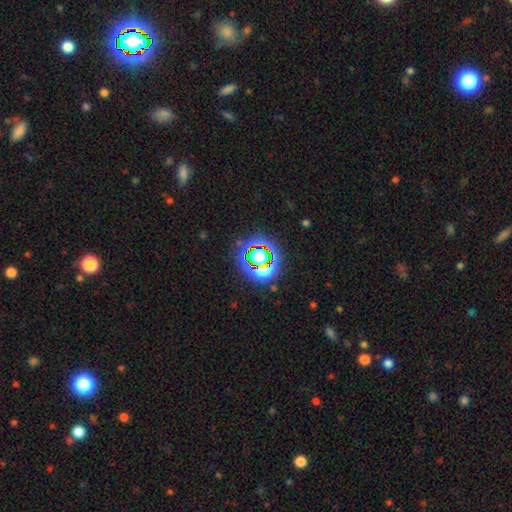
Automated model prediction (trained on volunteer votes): Overall: star or artifact (65%).